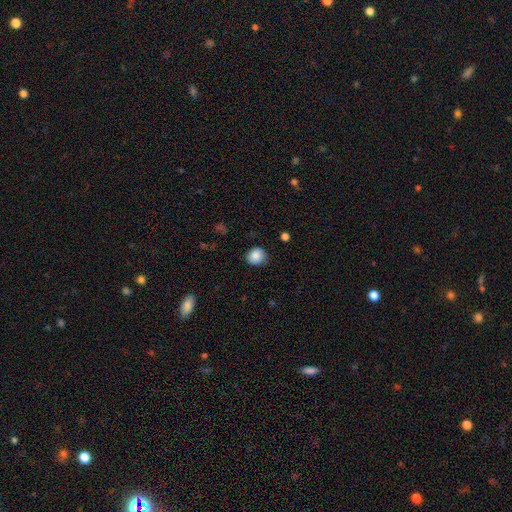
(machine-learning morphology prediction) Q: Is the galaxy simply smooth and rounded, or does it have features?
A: smooth — 87%.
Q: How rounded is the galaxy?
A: round — 81%.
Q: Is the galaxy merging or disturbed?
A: none — 83%.